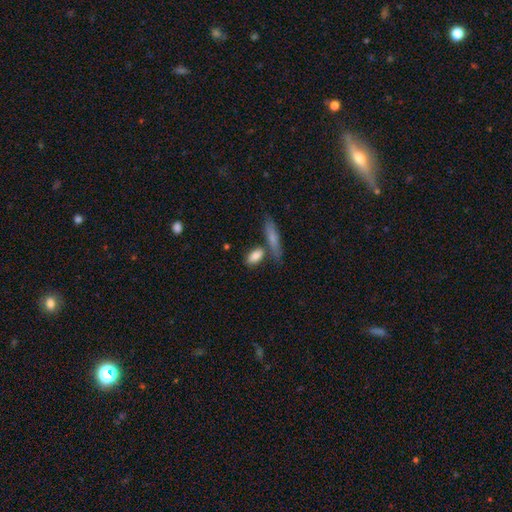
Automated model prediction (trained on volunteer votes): smooth-or-featured: smooth: 83% | featured or disk: 10% | star or artifact: 7%
  how-rounded: in between: 76% | cigar-shaped: 18% | round: 5%
  merging: none: 60% | merger: 20% | minor disturbance: 15% | major disturbance: 5%